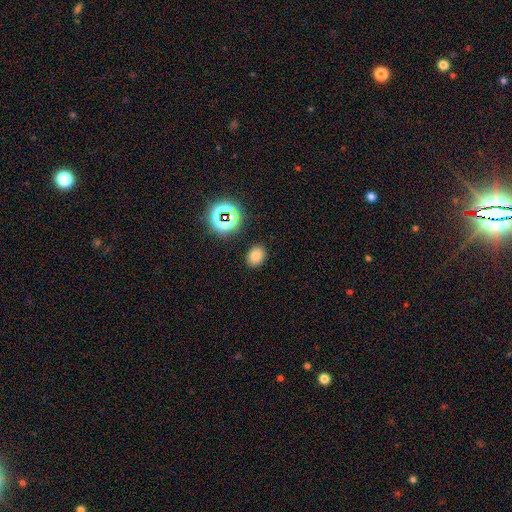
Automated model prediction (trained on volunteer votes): Smooth or featured?
  - smooth: 76% *
  - star or artifact: 18%
  - featured or disk: 6%
How rounded?
  - in between: 58% *
  - round: 41%
  - cigar-shaped: 1%
Merging?
  - none: 86% *
  - minor disturbance: 9%
  - major disturbance: 3%
  - merger: 2%